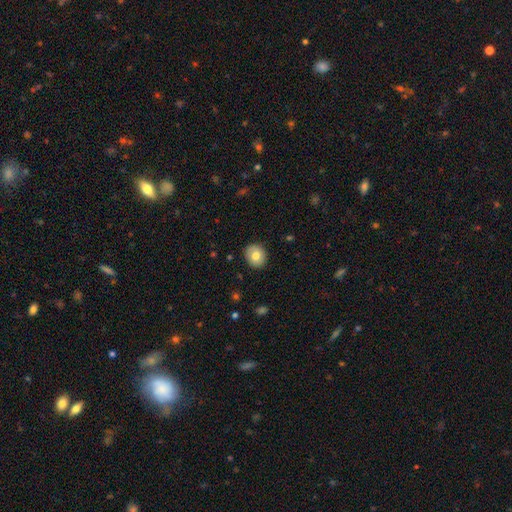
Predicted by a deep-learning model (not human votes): This is likely a smooth galaxy (77%). How rounded: likely round (75%). Merging: clearly none (89%).